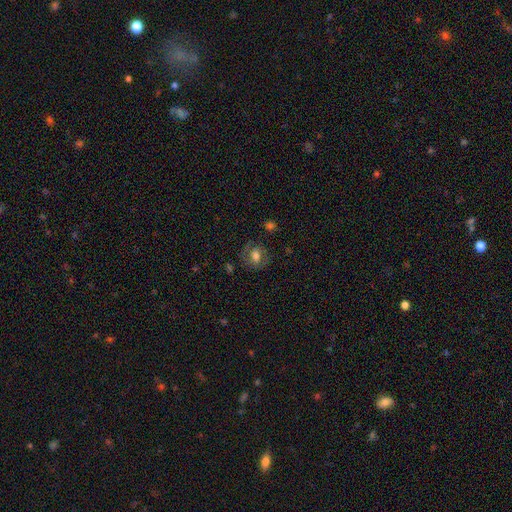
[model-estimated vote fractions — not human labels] Morphology: type=smooth (53%); roundness=round (59%); merging=none (71%).